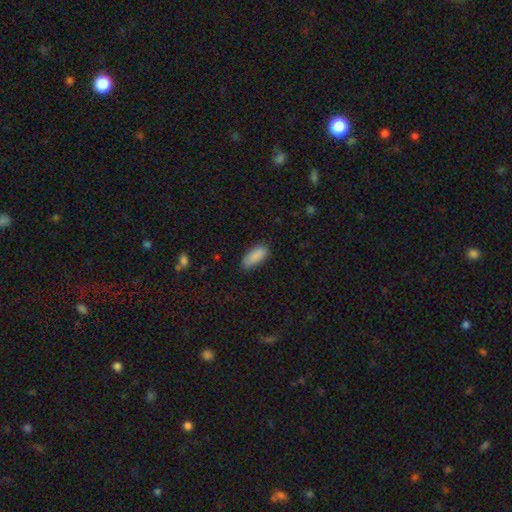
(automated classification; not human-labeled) Q: Smooth or featured?
A: smooth (89%); runner-up: star or artifact (7%)
Q: How rounded?
A: in between (85%); runner-up: cigar-shaped (13%)
Q: Merging?
A: none (77%); runner-up: minor disturbance (19%)